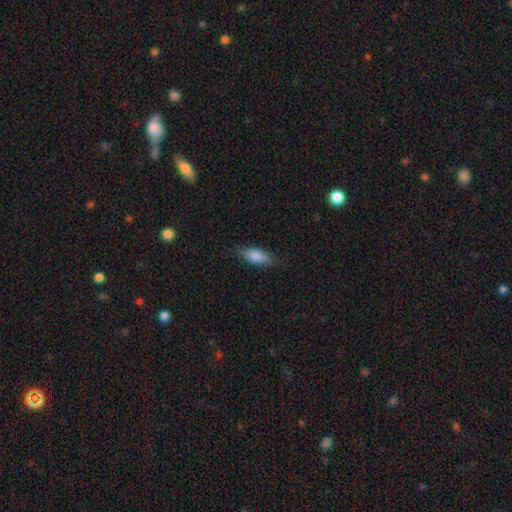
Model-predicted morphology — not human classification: Q: Smooth or featured?
A: smooth (83%); runner-up: featured or disk (11%)
Q: How rounded?
A: in between (74%); runner-up: cigar-shaped (23%)
Q: Merging?
A: none (80%); runner-up: minor disturbance (15%)